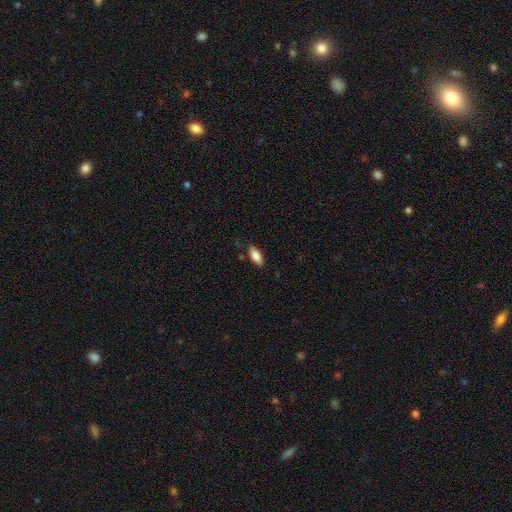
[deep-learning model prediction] Smooth or featured?
  - smooth: 82% *
  - featured or disk: 11%
  - star or artifact: 7%
How rounded?
  - in between: 83% *
  - cigar-shaped: 15%
  - round: 2%
Merging?
  - none: 85% *
  - minor disturbance: 11%
  - major disturbance: 2%
  - merger: 2%